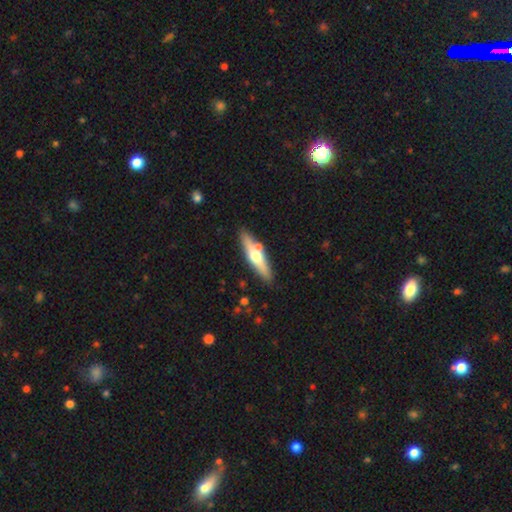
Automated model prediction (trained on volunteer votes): The model was most divided on "smooth or featured": featured or disk: 52%, smooth: 43%, star or artifact: 5%. More confident: edge-on disk — yes (88%); merging — none (80%).